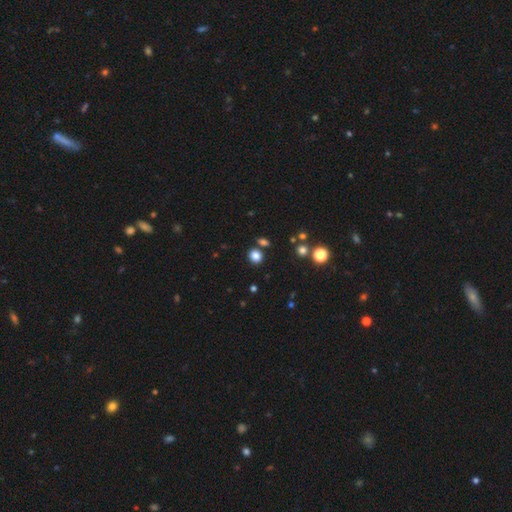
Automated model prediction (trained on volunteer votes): Smooth or featured?
  - smooth: 83% *
  - star or artifact: 13%
  - featured or disk: 4%
How rounded?
  - round: 69% *
  - in between: 30%
  - cigar-shaped: 1%
Merging?
  - none: 80% *
  - minor disturbance: 8%
  - merger: 8%
  - major disturbance: 3%